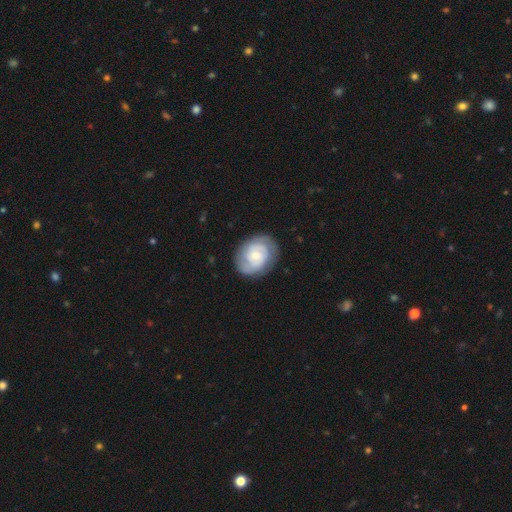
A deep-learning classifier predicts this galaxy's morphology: Smooth or featured?
  - featured or disk: 69% *
  - smooth: 25%
  - star or artifact: 6%
Edge-on disk?
  - no: 97% *
  - yes: 3%
Bar?
  - no: 67% *
  - weak: 28%
  - strong: 5%
Spiral arms?
  - yes: 89% *
  - no: 11%
Spiral winding?
  - tight: 60% *
  - medium: 32%
  - loose: 9%
Spiral arm count?
  - 2: 57% *
  - can't tell: 24%
  - 3: 10%
  - 1: 4%
  - 4: 3%
  - more than 4: 3%
Bulge size?
  - small: 57% *
  - moderate: 35%
  - large: 4%
  - none: 3%
  - dominant: 1%
Merging?
  - none: 80% *
  - minor disturbance: 14%
  - major disturbance: 5%
  - merger: 1%